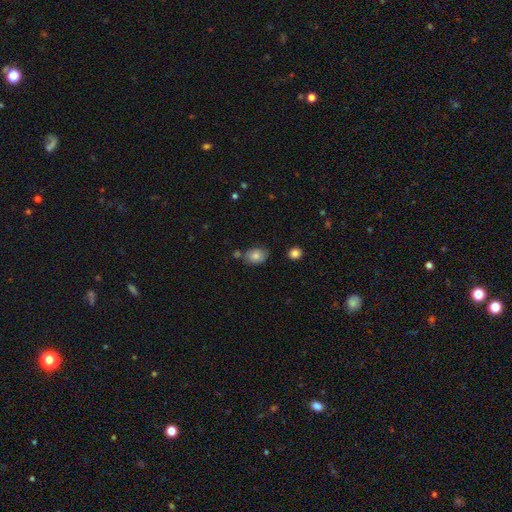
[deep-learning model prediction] smooth-or-featured: smooth: 79% | featured or disk: 12% | star or artifact: 9%
  how-rounded: in between: 69% | round: 30% | cigar-shaped: 1%
  merging: none: 70% | minor disturbance: 18% | merger: 8% | major disturbance: 4%